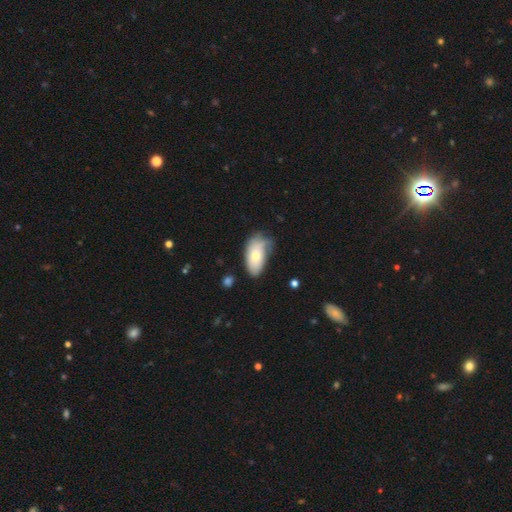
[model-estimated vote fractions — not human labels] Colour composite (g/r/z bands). It shows a smooth galaxy with no disk features (68%) that is in between round and cigar-shaped (92%). Merging: none (42%).